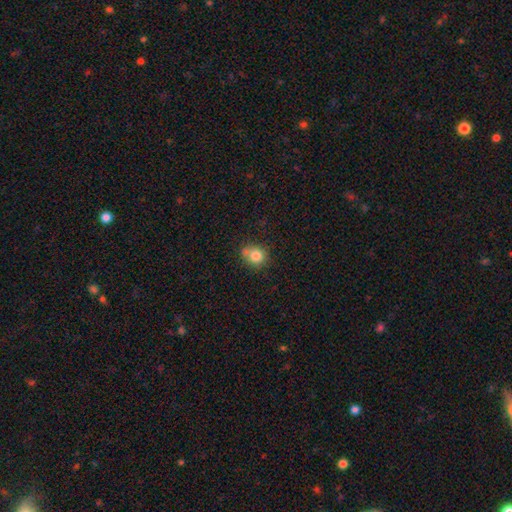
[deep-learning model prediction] Morphology: type=smooth (80%); roundness=round (75%); merging=none (58%).